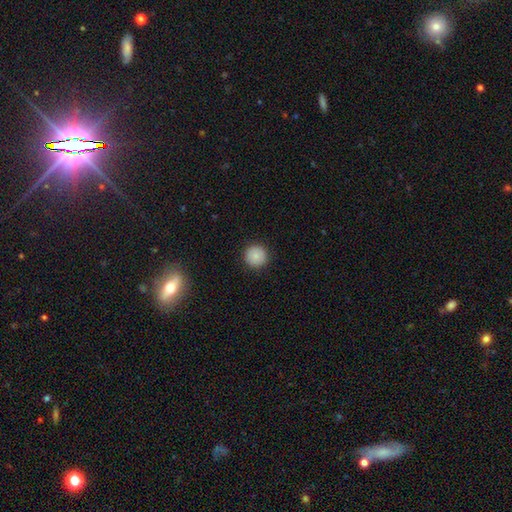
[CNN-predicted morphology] Smooth or featured: smooth — 86% (star or artifact — 9%)
How rounded: round — 96% (in between — 3%)
Merging: none — 92% (minor disturbance — 5%)